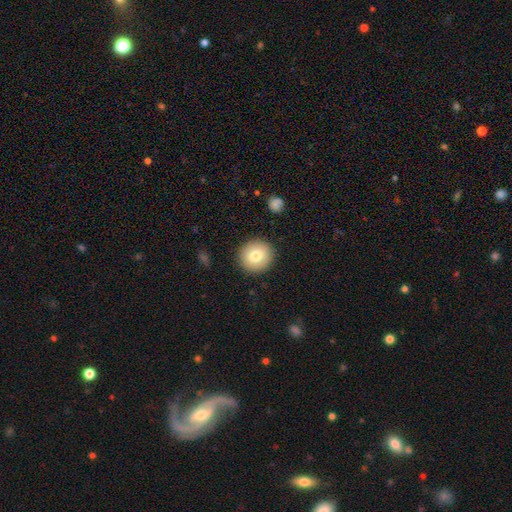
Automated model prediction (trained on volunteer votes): smooth_or_featured: smooth (p=0.77) [alt: featured or disk p=0.14]
how_rounded: round (p=0.92) [alt: in between p=0.07]
merging: none (p=0.91) [alt: minor disturbance p=0.06]